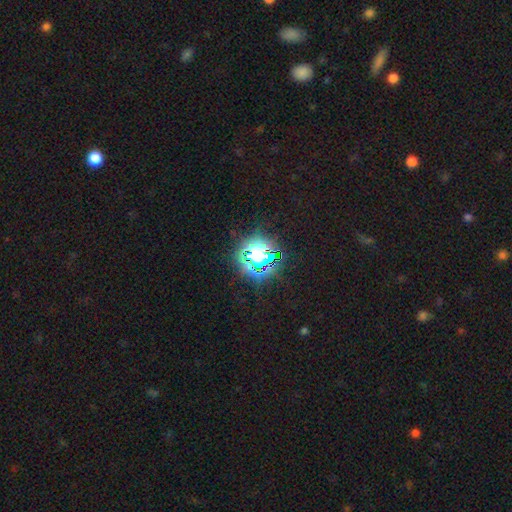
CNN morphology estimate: A star or artifact, not a galaxy (68%).

Vote fractions:
- Smooth or featured? star or artifact: 68% / smooth: 22% / featured or disk: 10%